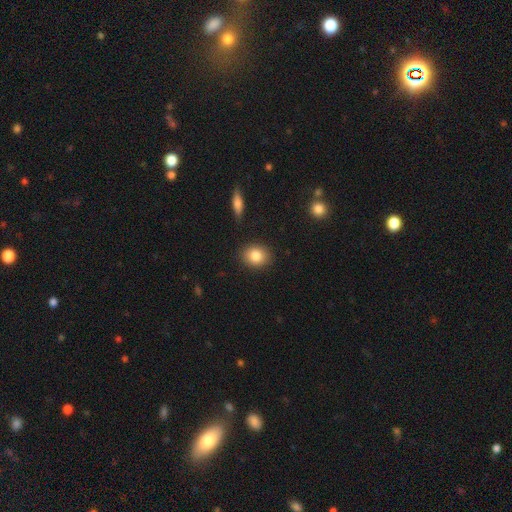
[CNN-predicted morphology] This appears to be a smooth galaxy with no disk features (83%) that is round (58%). Merging: none (88%).